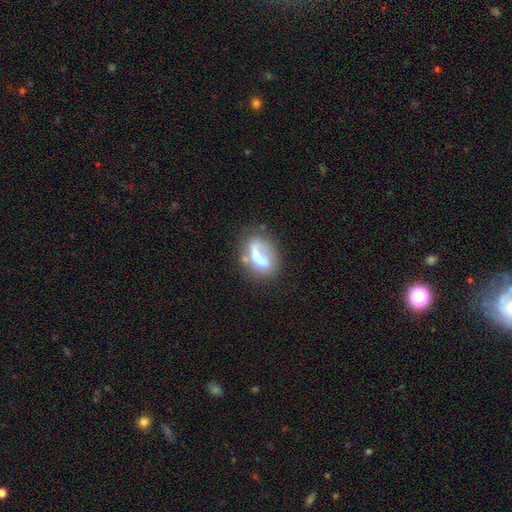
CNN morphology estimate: Overall: smooth (50%; featured or disk 41%). How rounded: in between (73%). Merging: none (39%; major disturbance 23%).